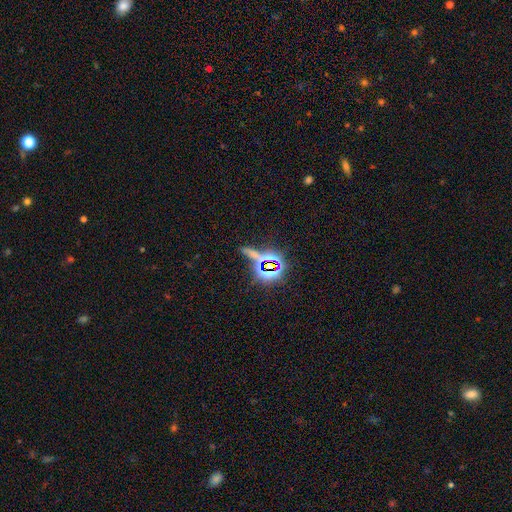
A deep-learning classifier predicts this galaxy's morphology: type=star or artifact (63%).